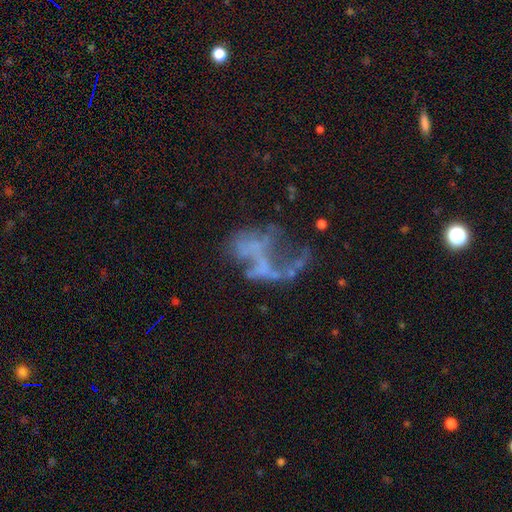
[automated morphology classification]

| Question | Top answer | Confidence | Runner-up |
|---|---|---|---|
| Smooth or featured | featured or disk | 62% | star or artifact (22%) |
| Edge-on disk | no | 97% | yes (3%) |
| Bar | no | 88% | weak (8%) |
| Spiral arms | no | 85% | yes (15%) |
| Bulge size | none | 85% | small (8%) |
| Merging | major disturbance | 45% | none (26%) |